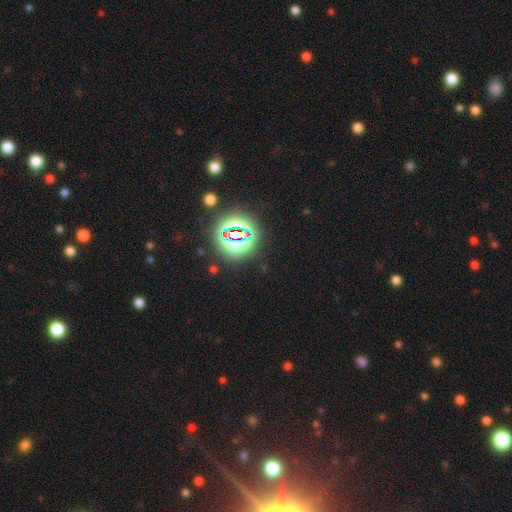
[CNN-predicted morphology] Smooth or featured? Predicted: star or artifact (p=0.79).